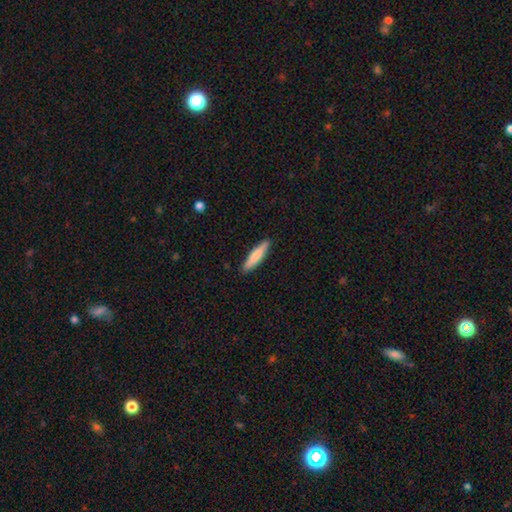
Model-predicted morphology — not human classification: smooth-or-featured: smooth: 79% | featured or disk: 16% | star or artifact: 5%
  how-rounded: cigar-shaped: 86% | in between: 13% | round: 1%
  merging: none: 90% | minor disturbance: 7% | major disturbance: 1% | merger: 1%